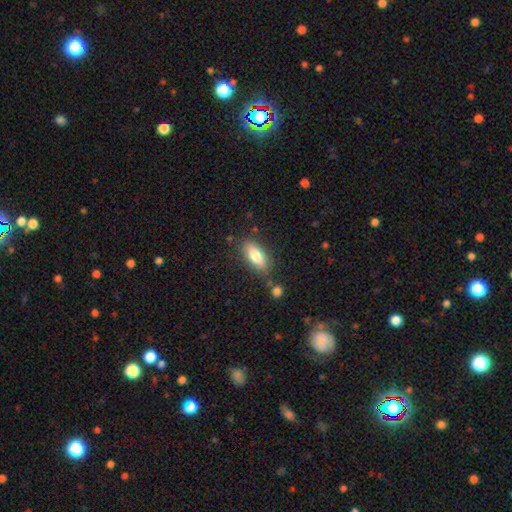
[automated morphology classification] smooth 77%, featured or disk 16%, star or artifact 7%. Down the decision tree: how rounded — in between (81%); merging — none (79%).